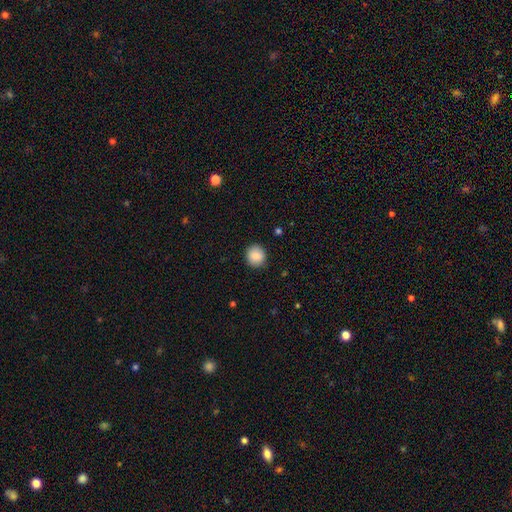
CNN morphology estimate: This appears to be a smooth galaxy with no disk features (88%) that is round (88%). Merging: none (90%).